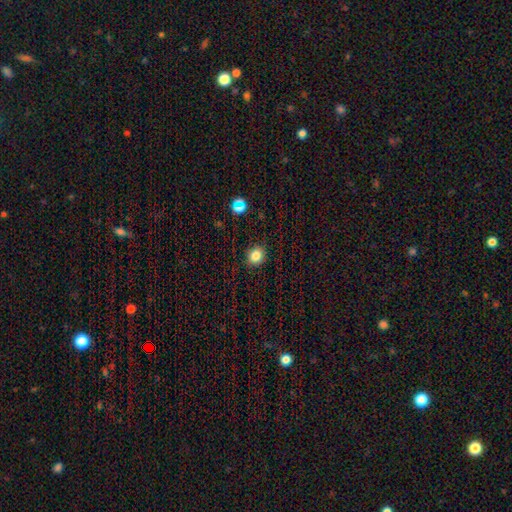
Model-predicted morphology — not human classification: Smooth or featured: smooth — 82% (star or artifact — 13%)
How rounded: round — 76% (in between — 23%)
Merging: none — 88% (minor disturbance — 8%)